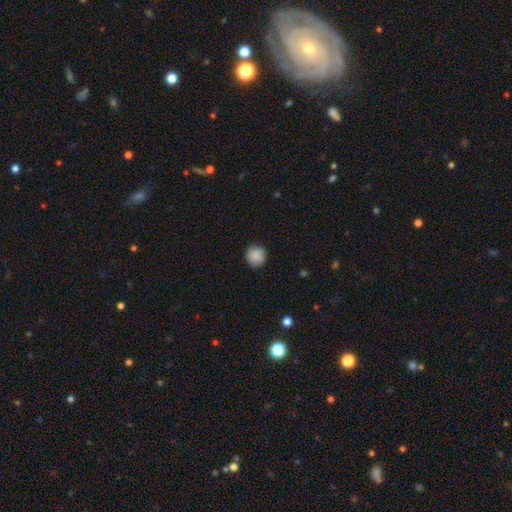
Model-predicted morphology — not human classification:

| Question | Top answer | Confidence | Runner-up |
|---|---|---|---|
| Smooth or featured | smooth | 86% | star or artifact (7%) |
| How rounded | round | 92% | in between (8%) |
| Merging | none | 87% | minor disturbance (10%) |